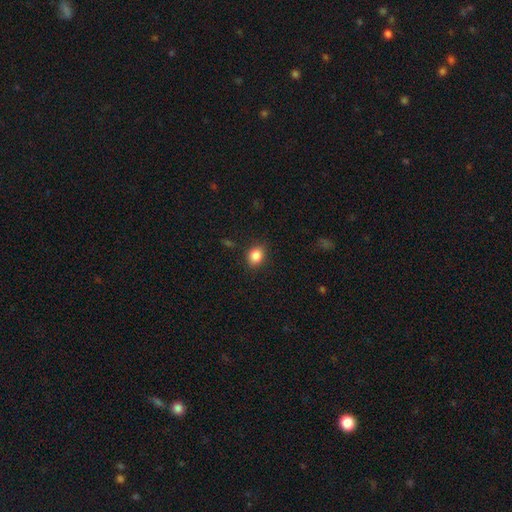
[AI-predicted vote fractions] This appears to be a smooth galaxy with no disk features (86%) that is round (58%). Merging: none (86%).